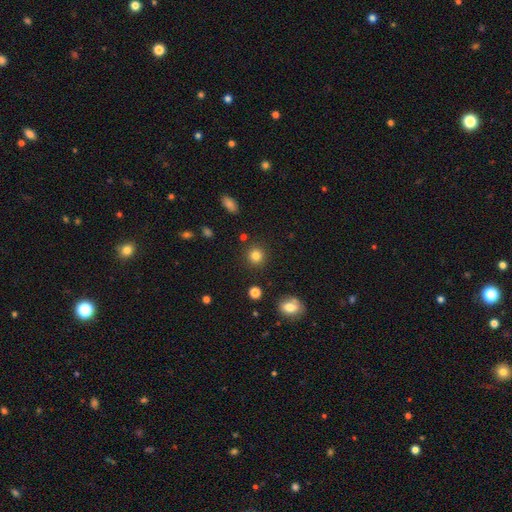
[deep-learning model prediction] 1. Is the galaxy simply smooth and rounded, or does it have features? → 82% smooth, 12% star or artifact, 5% featured or disk.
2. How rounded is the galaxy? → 92% round, 7% in between, 1% cigar-shaped.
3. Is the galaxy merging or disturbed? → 89% none, 6% minor disturbance, 2% merger, 2% major disturbance.